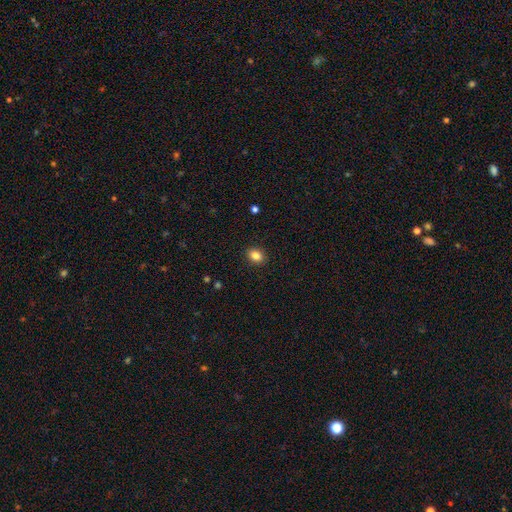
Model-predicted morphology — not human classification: smooth 84%, star or artifact 10%, featured or disk 6%. Down the decision tree: how rounded — in between (57%); merging — none (91%).